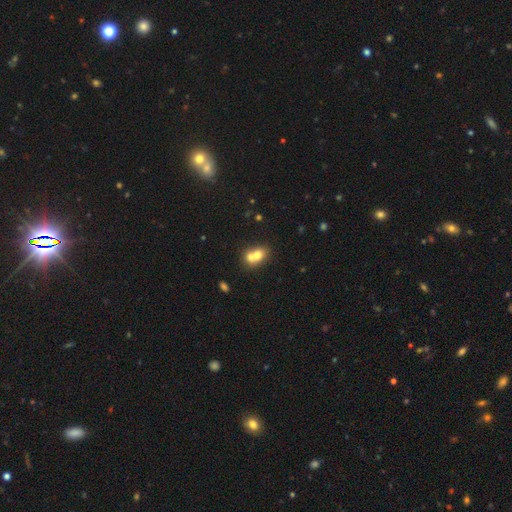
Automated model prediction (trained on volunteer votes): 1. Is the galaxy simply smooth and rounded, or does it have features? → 68% smooth, 22% featured or disk, 10% star or artifact.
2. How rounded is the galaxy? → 53% round, 46% in between, 1% cigar-shaped.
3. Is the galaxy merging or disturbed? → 65% merger, 26% none, 6% minor disturbance, 3% major disturbance.